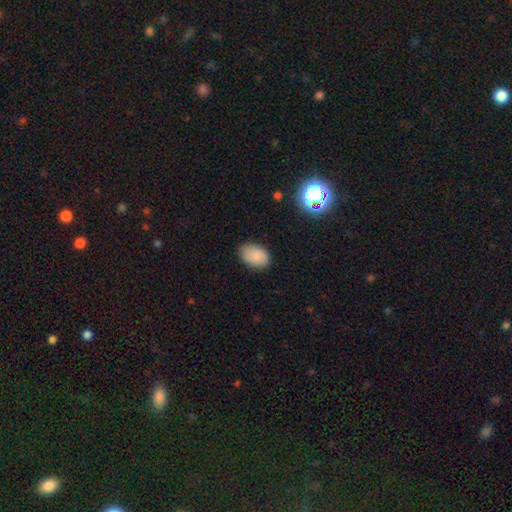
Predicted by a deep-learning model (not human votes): smooth 85%, star or artifact 8%, featured or disk 7%. Down the decision tree: how rounded — in between (88%); merging — none (83%).